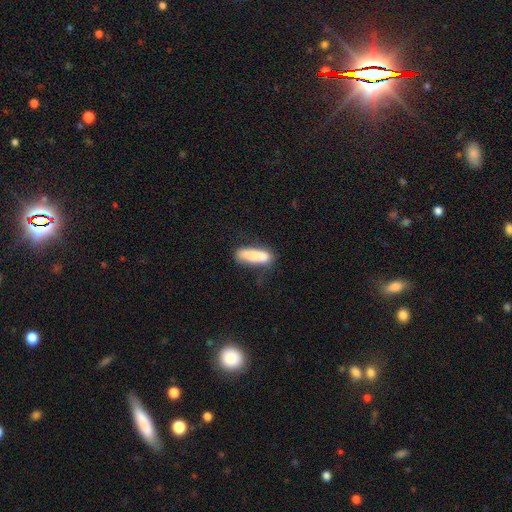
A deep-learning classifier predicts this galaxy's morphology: Smooth or featured? Predicted: smooth (p=0.71). How rounded? Predicted: cigar-shaped (p=0.57). Merging? Predicted: none (p=0.52).